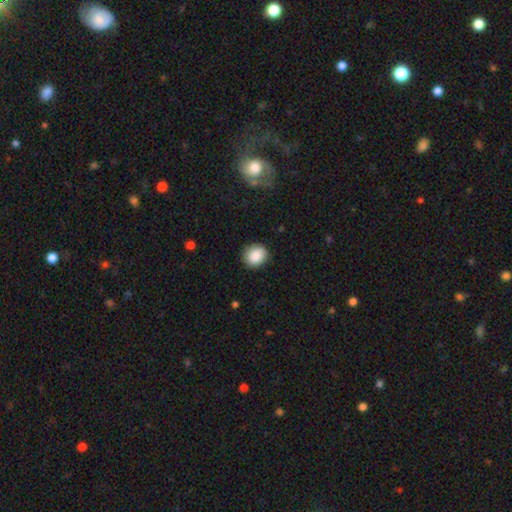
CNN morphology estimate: smooth 88%, star or artifact 8%, featured or disk 5%. Down the decision tree: how rounded — round (75%); merging — none (87%).